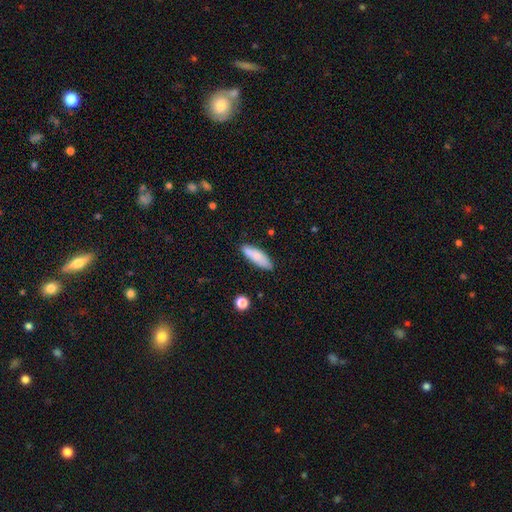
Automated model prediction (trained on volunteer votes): A smooth galaxy with no disk features (78%) that is in between round and cigar-shaped (57%). Merging: none (82%).